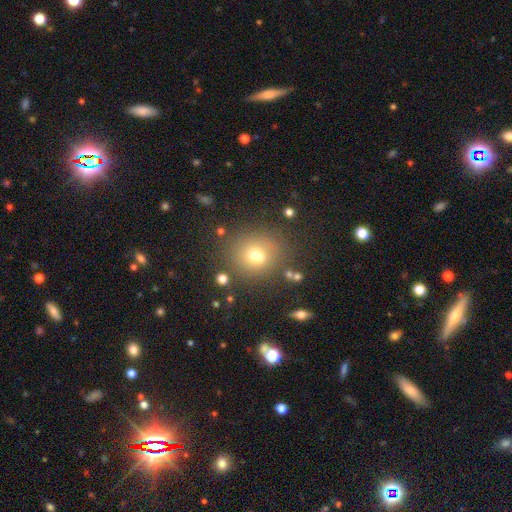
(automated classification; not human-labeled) A smooth galaxy with no disk features (71%) that is round (77%).

Vote fractions:
- Smooth or featured? smooth: 71% / star or artifact: 17% / featured or disk: 13%
- How rounded? round: 77% / in between: 22% / cigar-shaped: 1%
- Merging? none: 73% / minor disturbance: 12% / merger: 10% / major disturbance: 5%